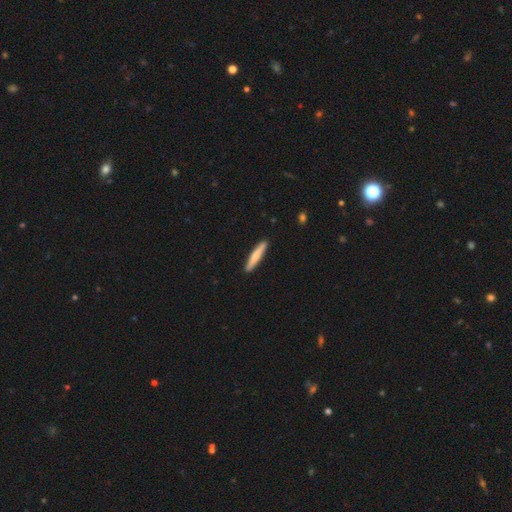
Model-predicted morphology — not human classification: This appears to be a smooth galaxy with no disk features (69%) that is cigar-shaped (93%). Merging: none (91%).